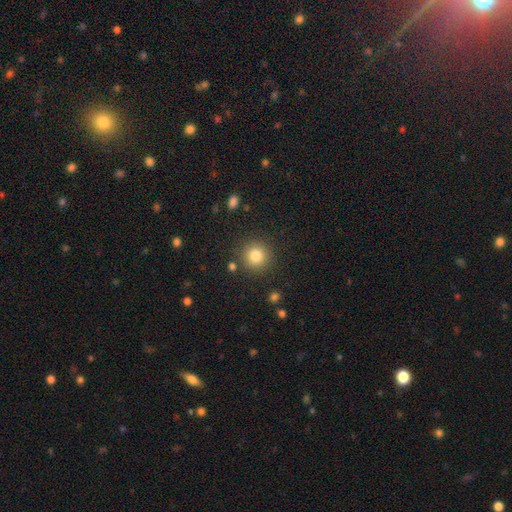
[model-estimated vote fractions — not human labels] Overall: smooth (82%). How rounded: round (93%). Merging: none (87%).